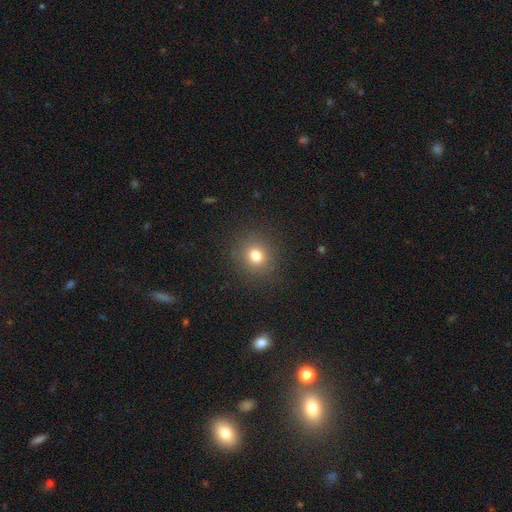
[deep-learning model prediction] A smooth galaxy with no disk features (77%) that is round (83%). Merging: none (89%).